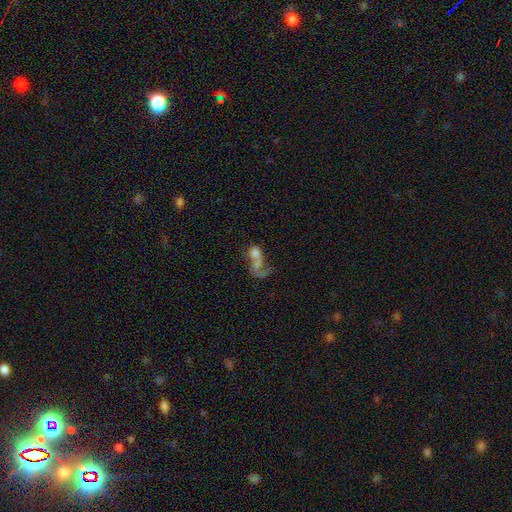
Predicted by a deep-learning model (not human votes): This appears to be a smooth galaxy with no disk features (54%) that is in between round and cigar-shaped (65%). Merging: merger (63%).